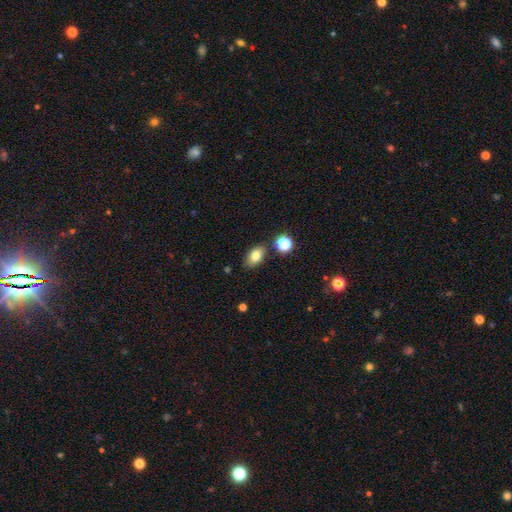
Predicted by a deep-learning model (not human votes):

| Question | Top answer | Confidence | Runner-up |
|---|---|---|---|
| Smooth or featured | smooth | 80% | star or artifact (10%) |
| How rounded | in between | 87% | round (11%) |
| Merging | none | 79% | minor disturbance (12%) |